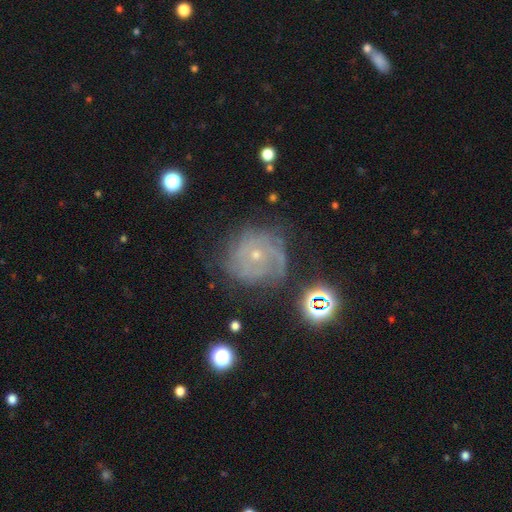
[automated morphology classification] type=featured or disk (72%); edge-on=no (97%); bar=no (80%); spiral arms=yes (91%); winding=tight (65%); arm count=can't tell (41%); bulge=small (75%); merging=none (66%).